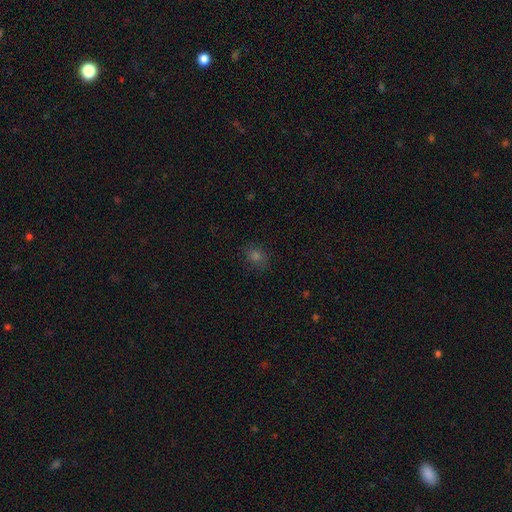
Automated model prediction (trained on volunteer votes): This appears to be a smooth galaxy with no disk features (69%) that is round (67%). Merging: none (83%).